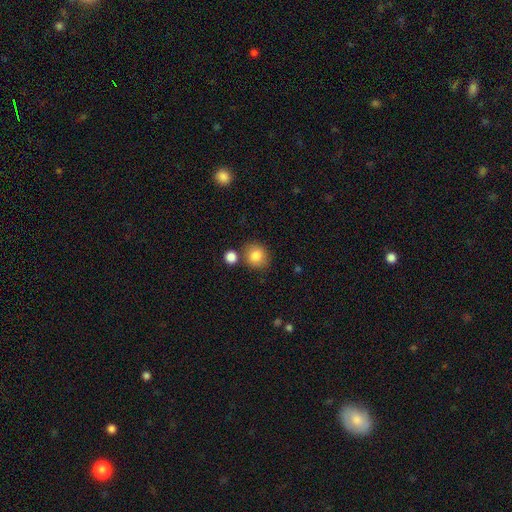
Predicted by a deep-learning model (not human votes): Smooth or featured: smooth — 84% (star or artifact — 9%)
How rounded: round — 81% (in between — 18%)
Merging: none — 76% (minor disturbance — 11%)